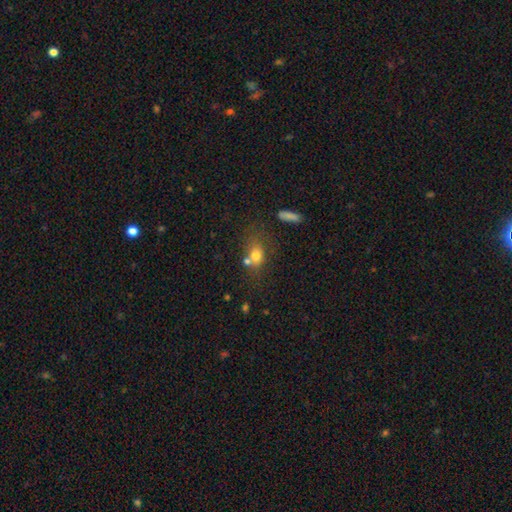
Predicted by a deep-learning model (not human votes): smooth-or-featured: smooth: 72% | featured or disk: 16% | star or artifact: 12%
  how-rounded: in between: 60% | round: 36% | cigar-shaped: 3%
  merging: none: 42% | merger: 33% | minor disturbance: 16% | major disturbance: 9%